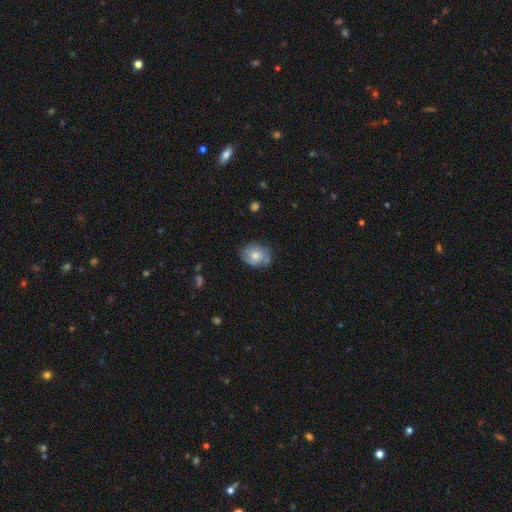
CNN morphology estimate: Smooth or featured? smooth (60%)
How rounded? in between (62%)
Merging? none (64%)